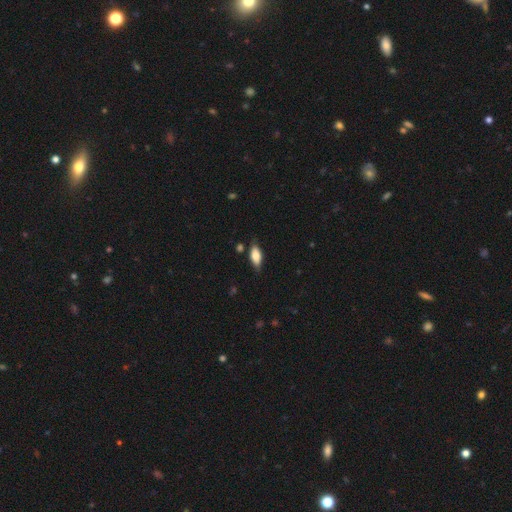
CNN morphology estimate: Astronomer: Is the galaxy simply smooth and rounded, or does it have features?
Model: smooth — 74%.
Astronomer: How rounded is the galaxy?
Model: in between — 83%.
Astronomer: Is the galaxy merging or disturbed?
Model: none — 77%.